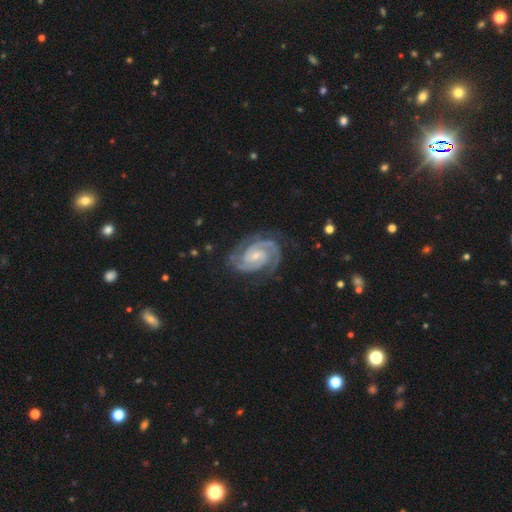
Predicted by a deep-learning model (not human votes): Overall: featured or disk (93%). Edge-on disk: no (98%). Bar: weak (47%; no 37%). Spiral arms: yes (99%). Spiral arm count: 2 (86%). Spiral winding: tight (66%; medium 31%). Bulge size: small (55%; moderate 33%). Merging: none (78%).